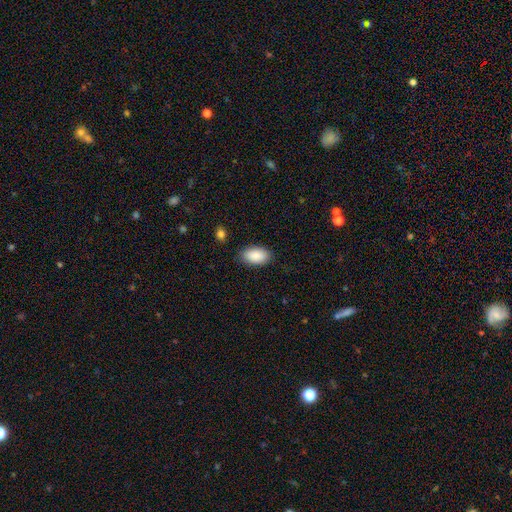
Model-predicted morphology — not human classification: A smooth galaxy with no disk features (89%) that is in between round and cigar-shaped (94%). Merging: none (85%).